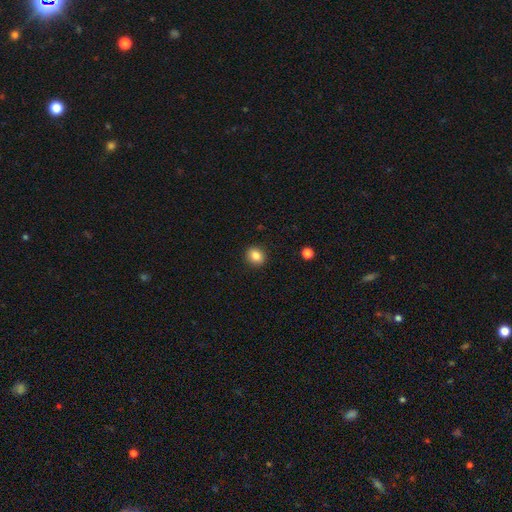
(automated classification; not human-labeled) Smooth or featured?
  - smooth: 85% *
  - star or artifact: 10%
  - featured or disk: 5%
How rounded?
  - round: 59% *
  - in between: 40%
  - cigar-shaped: 1%
Merging?
  - none: 91% *
  - minor disturbance: 6%
  - major disturbance: 2%
  - merger: 1%